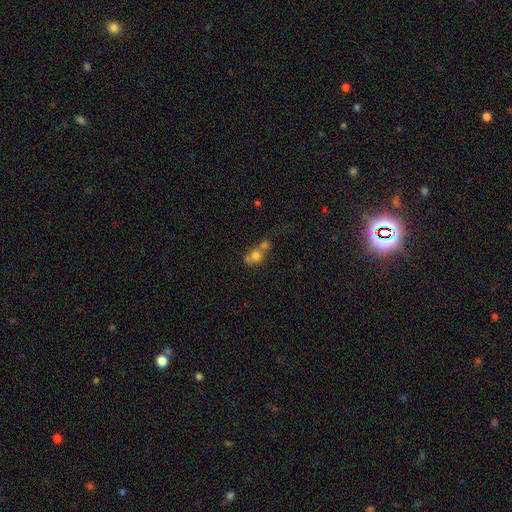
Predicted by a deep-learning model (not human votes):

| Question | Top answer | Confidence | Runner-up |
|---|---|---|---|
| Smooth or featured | smooth | 70% | featured or disk (18%) |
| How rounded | round | 73% | in between (25%) |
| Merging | merger | 63% | none (25%) |